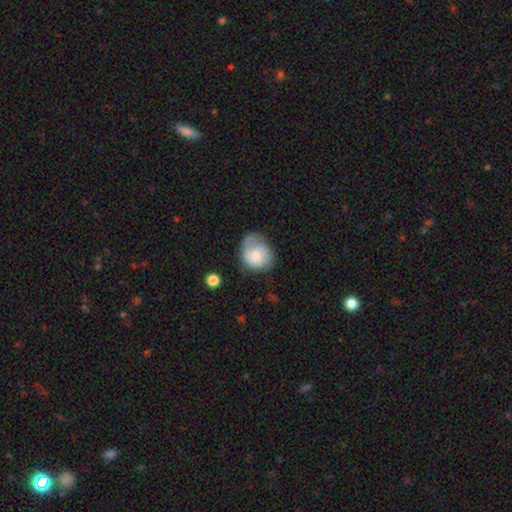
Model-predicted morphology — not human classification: smooth_or_featured: smooth (p=0.66) [alt: featured or disk p=0.26]
how_rounded: in between (p=0.50) [tied with: round p=0.50]
merging: none (p=0.47) [alt: minor disturbance p=0.34]